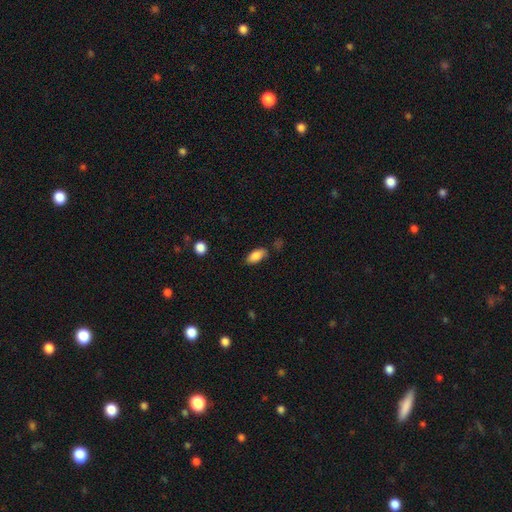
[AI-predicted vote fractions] This is clearly a smooth galaxy (84%). How rounded: clearly in between (89%). Merging: likely none (74%).